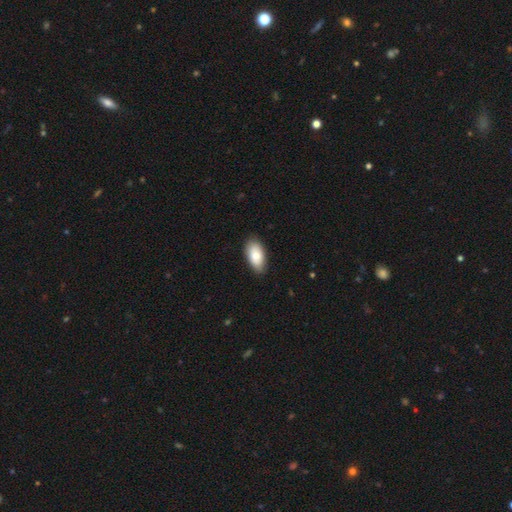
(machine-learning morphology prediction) A smooth galaxy with no disk features (82%) that is in between round and cigar-shaped (94%). Merging: none (83%).